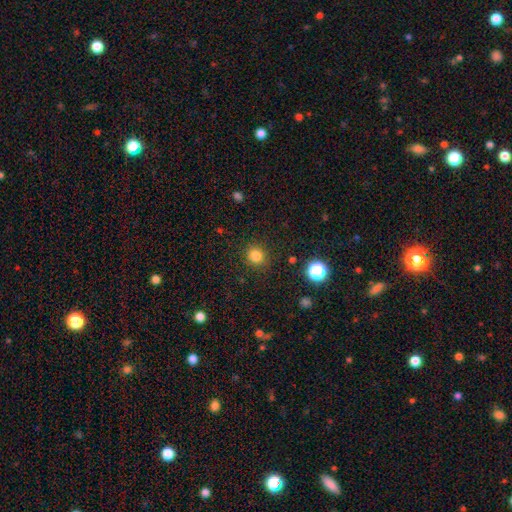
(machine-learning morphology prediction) Overall: smooth (82%). How rounded: round (89%). Merging: none (89%).